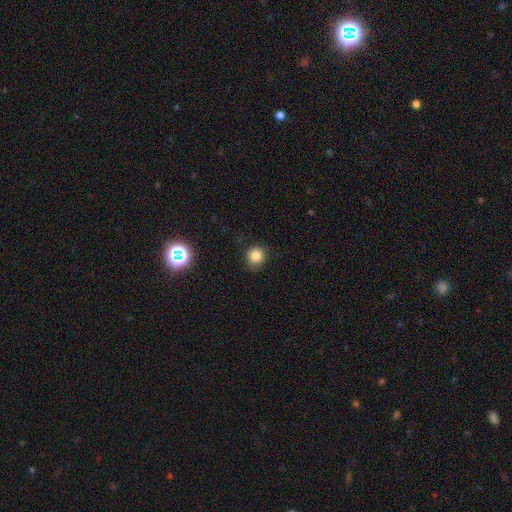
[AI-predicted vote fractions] Smooth or featured?
  - smooth: 83% *
  - star or artifact: 13%
  - featured or disk: 5%
How rounded?
  - round: 89% *
  - in between: 10%
  - cigar-shaped: 1%
Merging?
  - none: 84% *
  - minor disturbance: 12%
  - major disturbance: 3%
  - merger: 1%